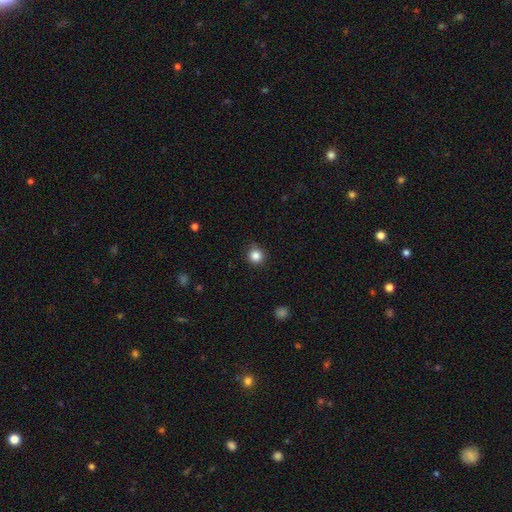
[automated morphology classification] A smooth galaxy with no disk features (85%) that is round (93%).

Vote fractions:
- Smooth or featured? smooth: 85% / star or artifact: 11% / featured or disk: 4%
- How rounded? round: 93% / in between: 6% / cigar-shaped: 1%
- Merging? none: 88% / minor disturbance: 9% / major disturbance: 2% / merger: 1%